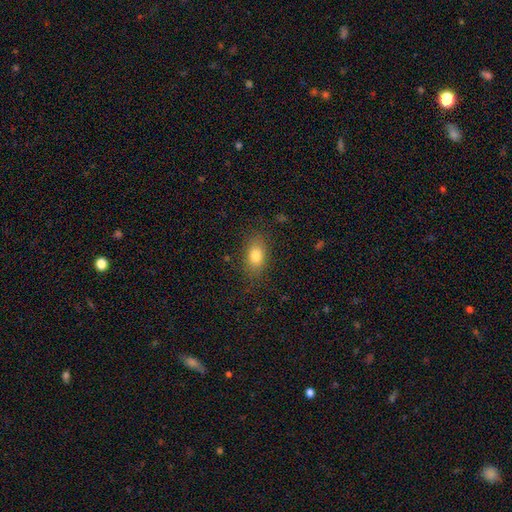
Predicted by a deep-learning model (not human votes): Morphology: type=smooth (81%); roundness=in between (85%); merging=none (82%).